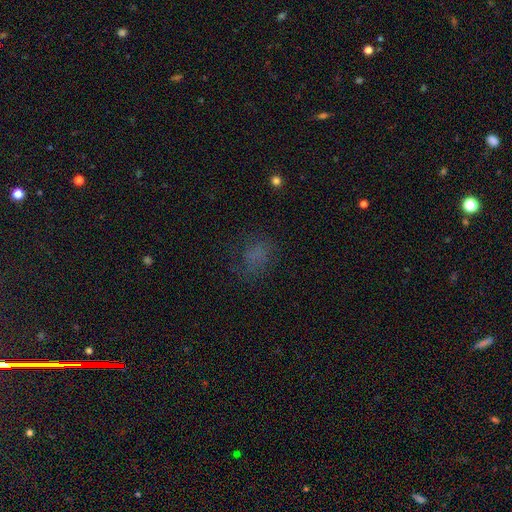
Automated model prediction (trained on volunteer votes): Q: Smooth or featured?
A: smooth (58%); runner-up: star or artifact (25%)
Q: How rounded?
A: in between (58%); runner-up: round (40%)
Q: Merging?
A: none (59%); runner-up: minor disturbance (20%)